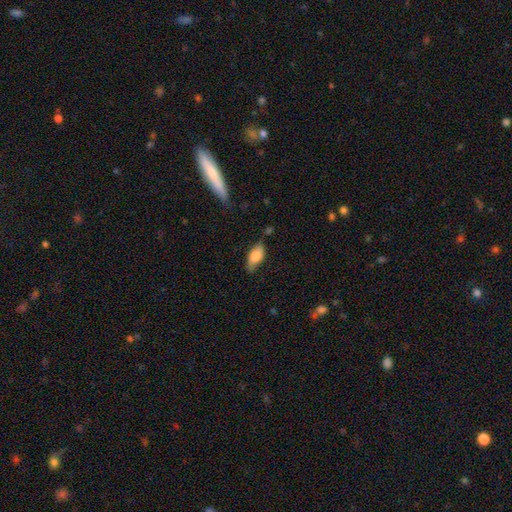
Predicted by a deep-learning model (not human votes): The model was most divided on "merging": none: 65%, minor disturbance: 26%, major disturbance: 6%, merger: 3%. More confident: how rounded — in between (85%); smooth or featured — smooth (76%).